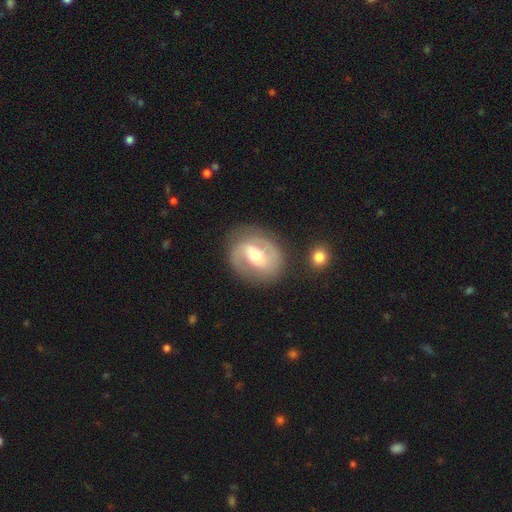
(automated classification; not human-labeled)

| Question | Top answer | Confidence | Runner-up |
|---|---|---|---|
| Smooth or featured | featured or disk | 80% | smooth (15%) |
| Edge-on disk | no | 97% | yes (3%) |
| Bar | weak | 45% | strong (32%) |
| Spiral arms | yes | 88% | no (12%) |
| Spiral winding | medium | 47% | tight (36%) |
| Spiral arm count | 2 | 85% | can't tell (7%) |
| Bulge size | moderate | 66% | small (25%) |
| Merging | none | 79% | minor disturbance (13%) |